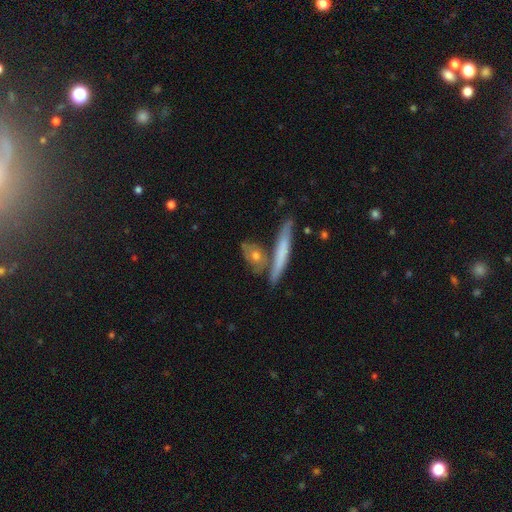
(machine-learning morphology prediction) Smooth or featured? smooth (57%)
How rounded? cigar-shaped (53%)
Merging? none (60%)